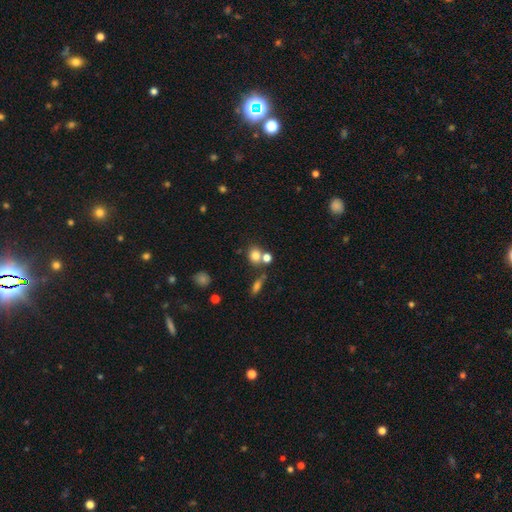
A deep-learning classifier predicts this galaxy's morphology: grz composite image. It shows a smooth galaxy with no disk features (77%) that is round (67%). Merging: none (53%).